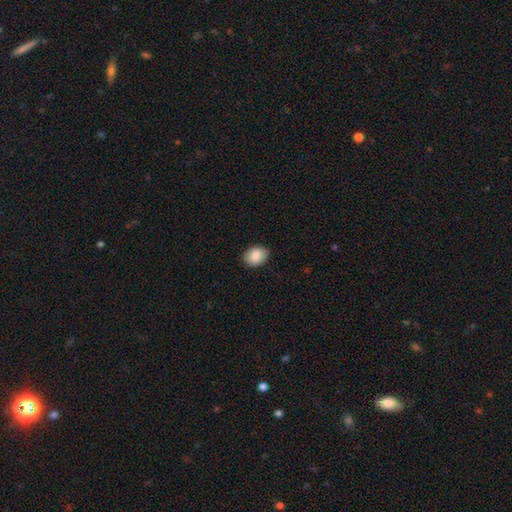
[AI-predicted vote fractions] Overall: smooth (85%). How rounded: in between (63%; round 36%). Merging: none (87%).